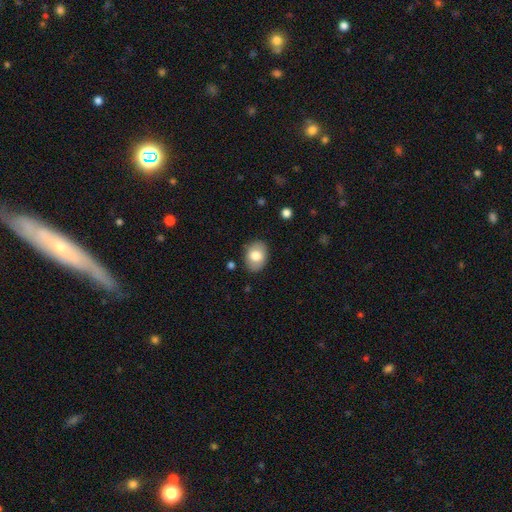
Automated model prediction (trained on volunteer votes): This is likely a smooth galaxy (77%). How rounded: likely in between (73%). Merging: clearly none (84%).